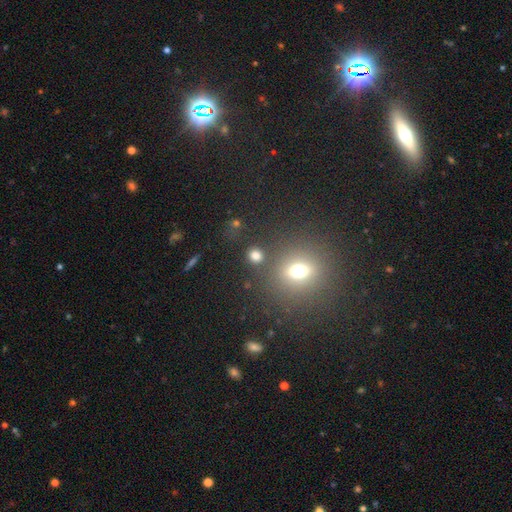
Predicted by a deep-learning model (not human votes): A smooth galaxy with no disk features (76%) that is round (83%). Merging: none (79%).